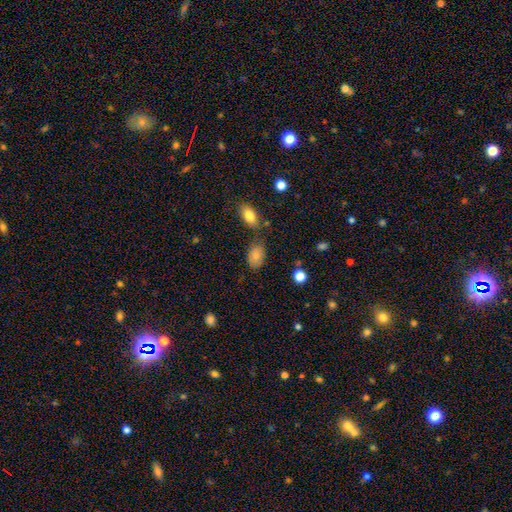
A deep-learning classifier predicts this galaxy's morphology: A smooth galaxy with no disk features (83%) that is in between round and cigar-shaped (88%).

Vote fractions:
- Smooth or featured? smooth: 83% / star or artifact: 9% / featured or disk: 8%
- How rounded? in between: 88% / round: 11% / cigar-shaped: 1%
- Merging? none: 71% / minor disturbance: 18% / merger: 7% / major disturbance: 4%